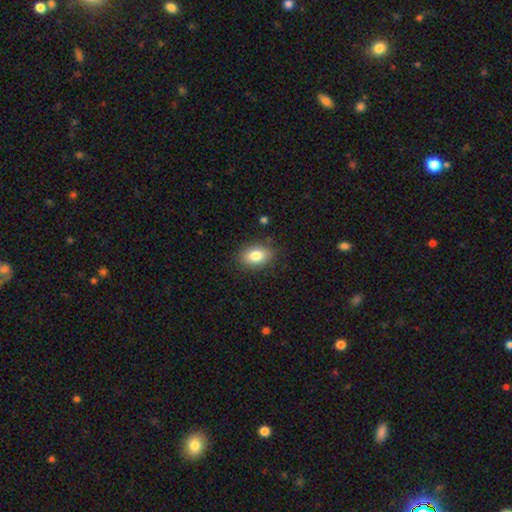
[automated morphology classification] Q: Smooth or featured?
A: smooth (81%); runner-up: featured or disk (10%)
Q: How rounded?
A: in between (84%); runner-up: round (15%)
Q: Merging?
A: none (84%); runner-up: minor disturbance (11%)